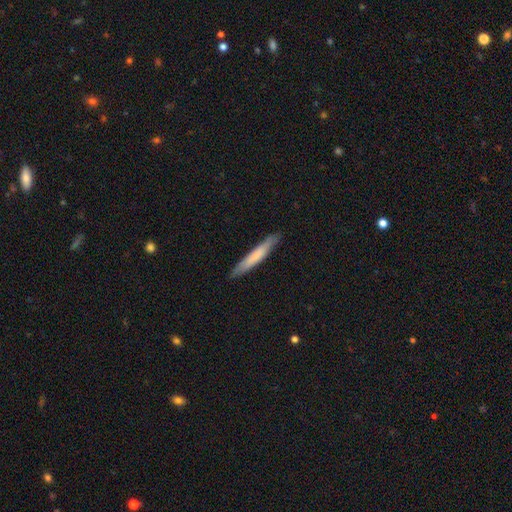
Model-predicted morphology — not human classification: smooth-or-featured: smooth: 67% | featured or disk: 28% | star or artifact: 5%
  how-rounded: cigar-shaped: 94% | in between: 5% | round: 1%
  merging: none: 88% | minor disturbance: 10% | major disturbance: 2% | merger: 1%